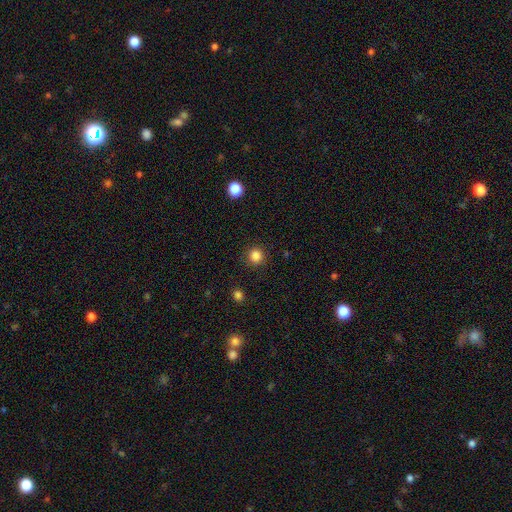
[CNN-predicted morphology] smooth 85%, star or artifact 12%, featured or disk 4%. Down the decision tree: how rounded — round (93%); merging — none (90%).